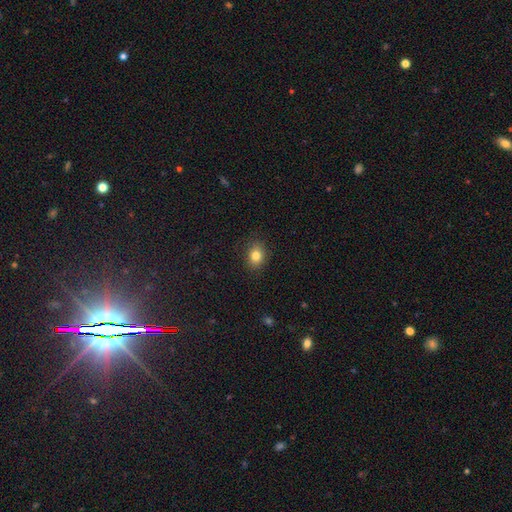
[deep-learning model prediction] Smooth or featured?
  - smooth: 82% *
  - star or artifact: 11%
  - featured or disk: 7%
How rounded?
  - in between: 55% *
  - round: 44%
  - cigar-shaped: 1%
Merging?
  - none: 87% *
  - minor disturbance: 9%
  - major disturbance: 2%
  - merger: 1%